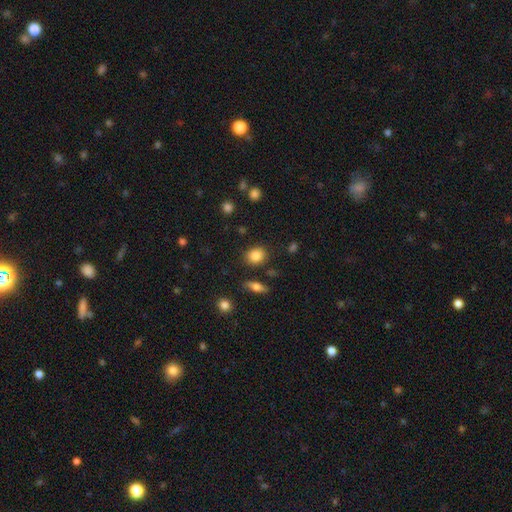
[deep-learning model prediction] The model was most divided on "how rounded": round: 60%, in between: 38%, cigar-shaped: 2%. More confident: smooth or featured — smooth (85%); merging — none (84%).